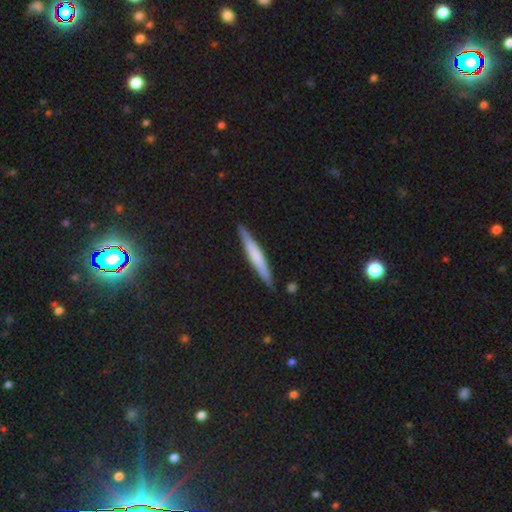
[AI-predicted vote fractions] This appears to be a smooth galaxy with no disk features (50%). Merging: none (88%).